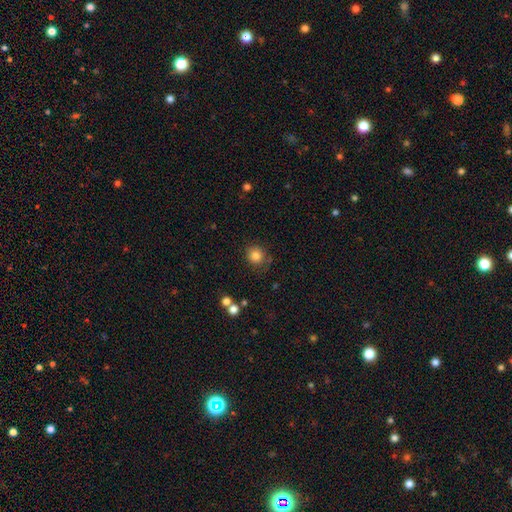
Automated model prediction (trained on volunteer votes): Smooth or featured: smooth — 82% (star or artifact — 11%)
How rounded: round — 88% (in between — 11%)
Merging: none — 79% (minor disturbance — 13%)